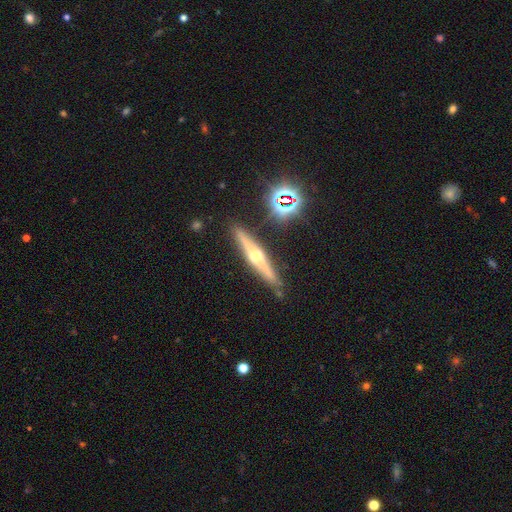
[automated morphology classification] type=featured or disk (71%); edge-on=yes (97%); edge-on bulge=rounded (94%); merging=none (86%).